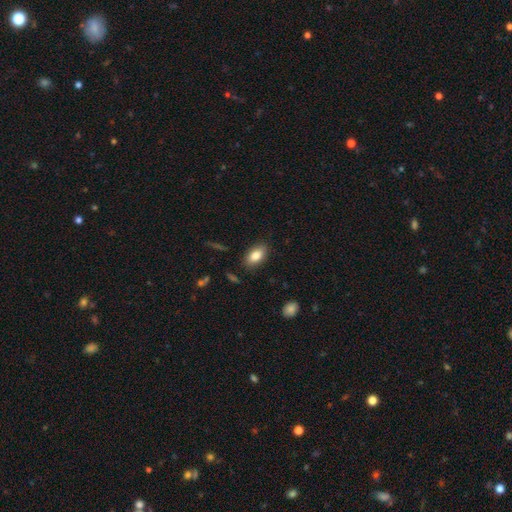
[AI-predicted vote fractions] Smooth or featured? Predicted: smooth (p=0.83). How rounded? Predicted: in between (p=0.90). Merging? Predicted: none (p=0.86).